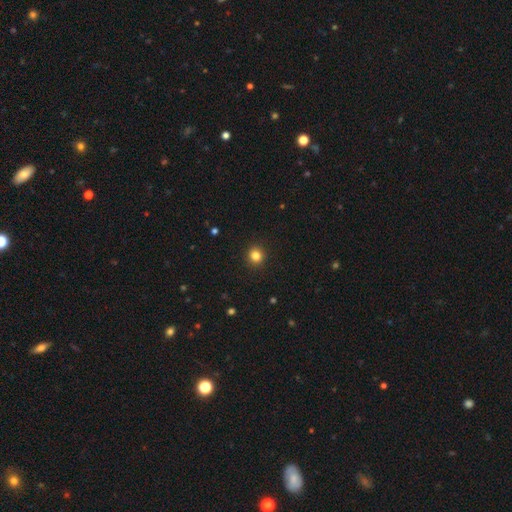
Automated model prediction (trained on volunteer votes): Q: Smooth or featured?
A: smooth (83%); runner-up: star or artifact (12%)
Q: How rounded?
A: round (91%); runner-up: in between (8%)
Q: Merging?
A: none (93%); runner-up: minor disturbance (5%)